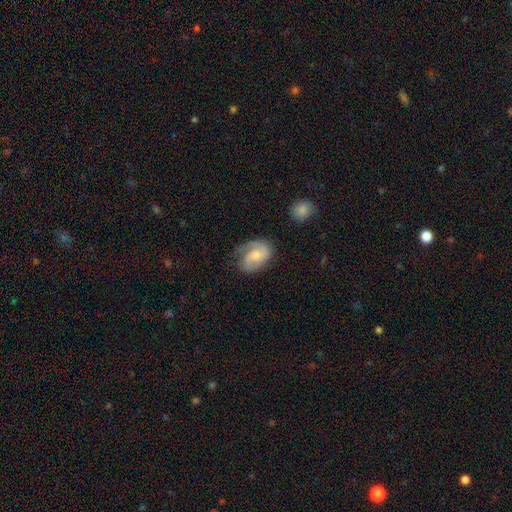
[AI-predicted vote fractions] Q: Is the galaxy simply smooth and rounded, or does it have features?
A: featured or disk — 66%.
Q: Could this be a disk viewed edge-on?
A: no — 97%.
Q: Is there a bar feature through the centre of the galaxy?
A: no — 53%.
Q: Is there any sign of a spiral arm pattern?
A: yes — 92%.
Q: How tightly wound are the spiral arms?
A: medium — 43%.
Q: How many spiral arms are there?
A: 2 — 61%.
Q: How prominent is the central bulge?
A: moderate — 43%.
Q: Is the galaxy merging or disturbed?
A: none — 64%.